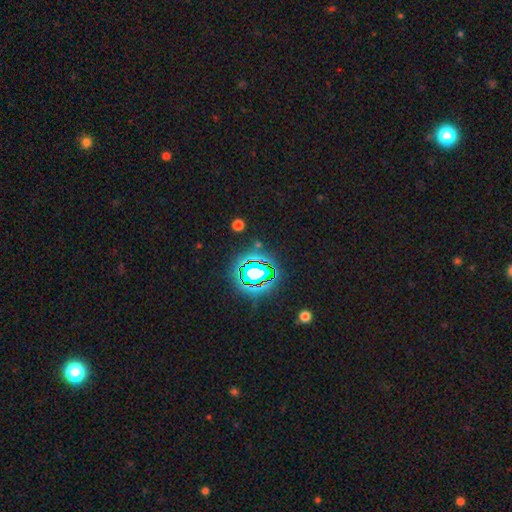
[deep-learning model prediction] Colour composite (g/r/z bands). It shows a star or artifact, not a galaxy (81%).